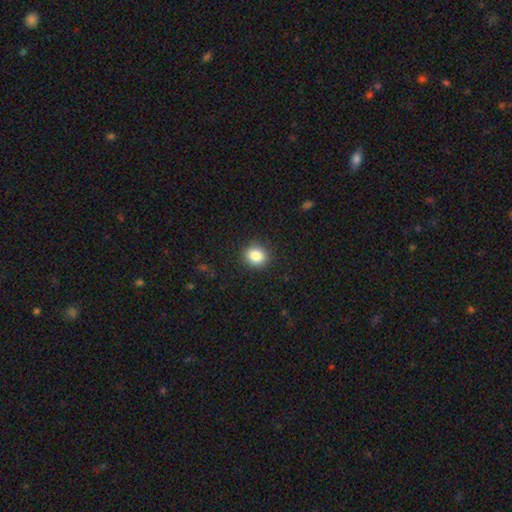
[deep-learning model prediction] Smooth or featured? smooth (85%)
How rounded? round (82%)
Merging? none (90%)